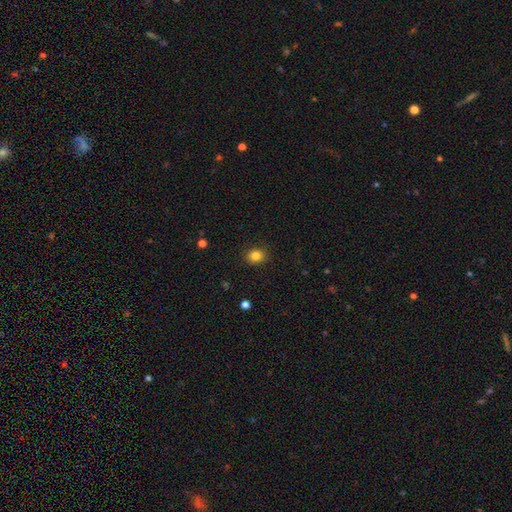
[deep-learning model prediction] Smooth or featured?
  - smooth: 84% *
  - star or artifact: 11%
  - featured or disk: 5%
How rounded?
  - round: 59% *
  - in between: 40%
  - cigar-shaped: 1%
Merging?
  - none: 89% *
  - minor disturbance: 8%
  - major disturbance: 2%
  - merger: 1%